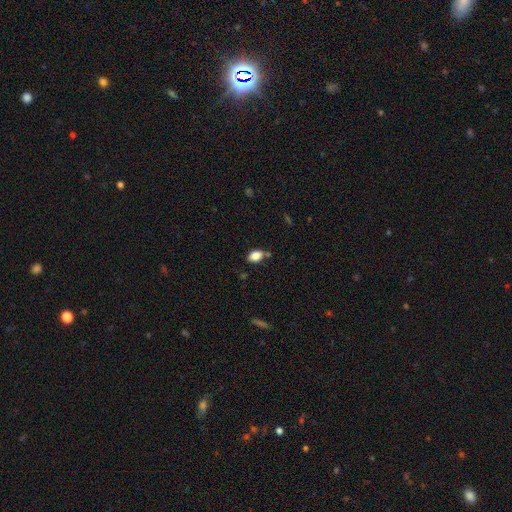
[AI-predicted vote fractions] This is clearly a smooth galaxy (82%). How rounded: clearly in between (87%). Merging: likely none (73%).